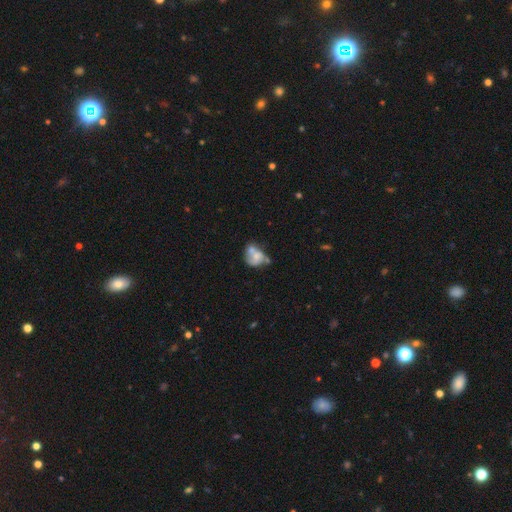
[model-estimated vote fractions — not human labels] smooth-or-featured: smooth: 50% | featured or disk: 41% | star or artifact: 9%
  merging: merger: 48% | none: 23% | minor disturbance: 16% | major disturbance: 12%